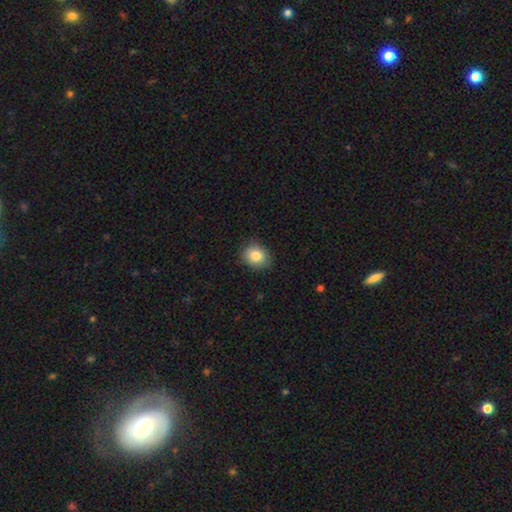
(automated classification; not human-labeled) The model was most divided on "how rounded": round: 53%, in between: 46%, cigar-shaped: 1%. More confident: merging — none (83%); smooth or featured — smooth (83%).